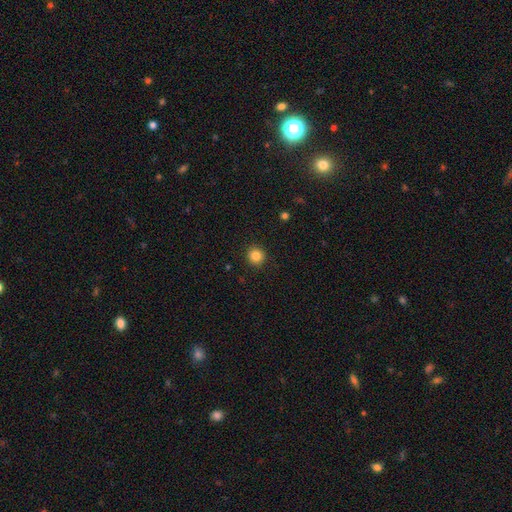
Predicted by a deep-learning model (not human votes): Smooth or featured?
  - smooth: 84% *
  - star or artifact: 11%
  - featured or disk: 5%
How rounded?
  - round: 92% *
  - in between: 7%
  - cigar-shaped: 1%
Merging?
  - none: 92% *
  - minor disturbance: 5%
  - major disturbance: 2%
  - merger: 1%